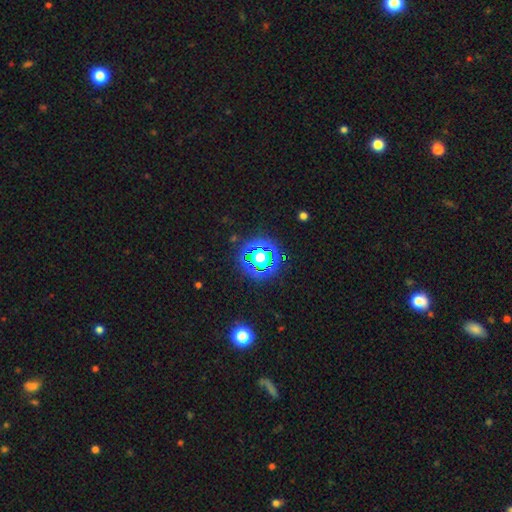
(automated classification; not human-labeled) Smooth or featured?
  - star or artifact: 80% *
  - smooth: 13%
  - featured or disk: 7%